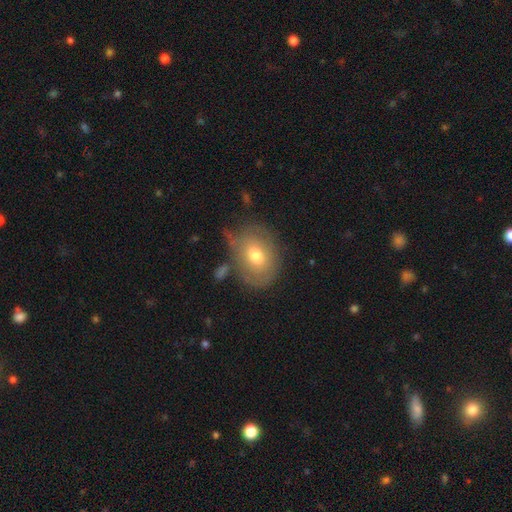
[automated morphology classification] The model was most divided on "how rounded": in between: 60%, round: 39%, cigar-shaped: 1%. More confident: smooth or featured — smooth (61%); merging — none (59%).